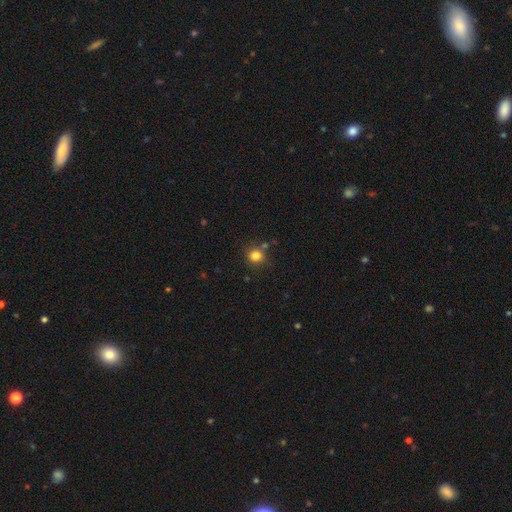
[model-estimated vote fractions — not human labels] Morphology: type=smooth (82%); roundness=round (89%); merging=none (77%).